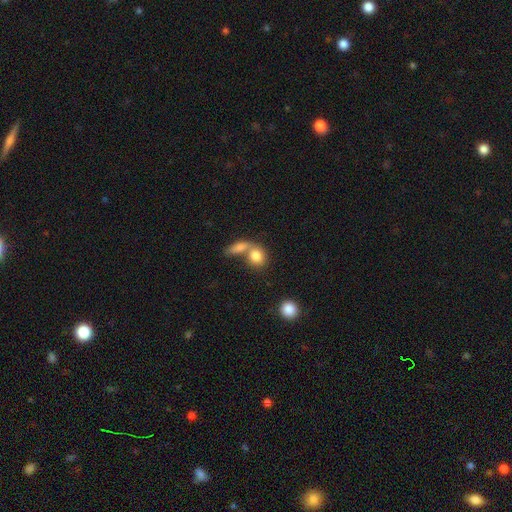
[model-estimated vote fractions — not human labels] A smooth galaxy with no disk features (81%) that is round (55%). Merging: merger (57%).